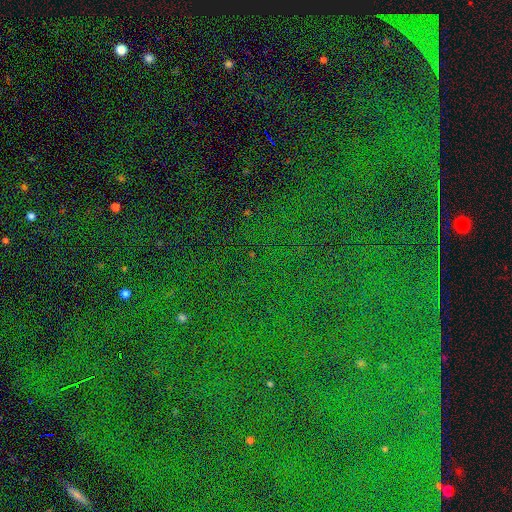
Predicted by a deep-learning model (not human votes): This is clearly a star or artifact rather than a galaxy (86%).